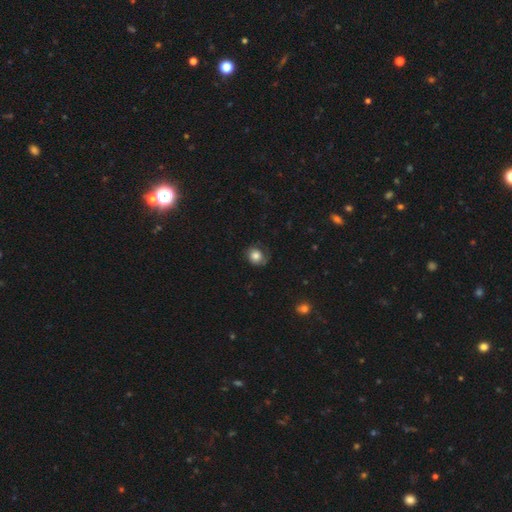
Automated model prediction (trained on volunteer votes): Smooth or featured: smooth — 72% (featured or disk — 19%)
How rounded: round — 73% (in between — 26%)
Merging: none — 60% (minor disturbance — 25%)